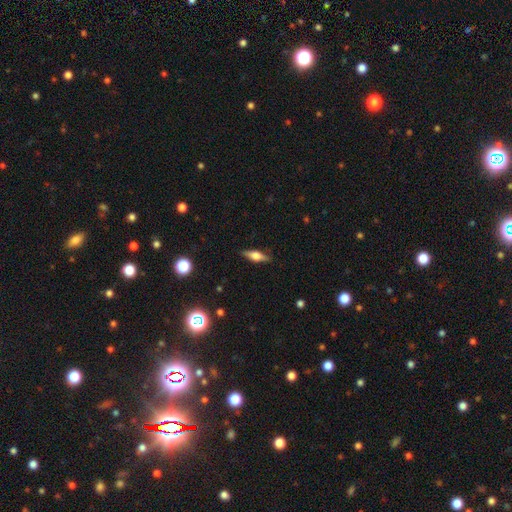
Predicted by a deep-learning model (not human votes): featured or disk 57%, smooth 35%, star or artifact 7%. Down the decision tree: edge-on disk — yes (95%); edge-on bulge — rounded (88%); merging — none (88%).